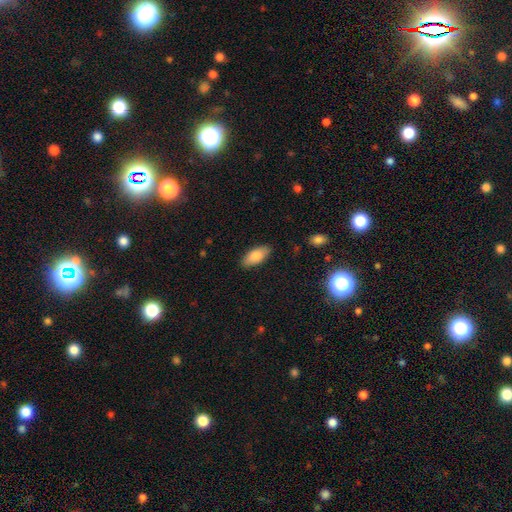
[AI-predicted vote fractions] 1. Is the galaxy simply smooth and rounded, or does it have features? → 83% smooth, 10% featured or disk, 7% star or artifact.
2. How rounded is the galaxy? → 88% in between, 10% cigar-shaped, 2% round.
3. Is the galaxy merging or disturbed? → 87% none, 10% minor disturbance, 2% major disturbance, 1% merger.